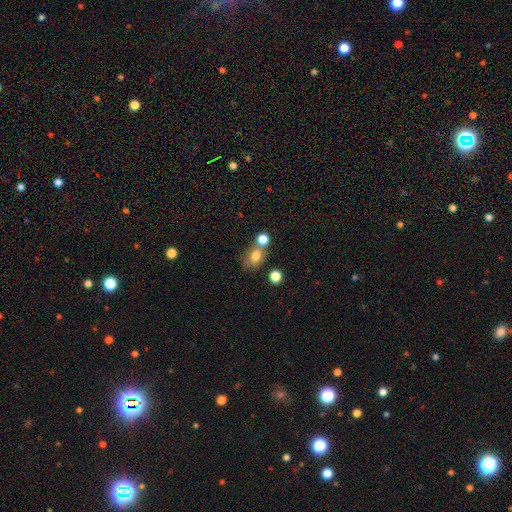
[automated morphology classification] smooth-or-featured: smooth: 73% | featured or disk: 14% | star or artifact: 13%
  how-rounded: in between: 59% | round: 39% | cigar-shaped: 2%
  merging: none: 45% | merger: 34% | minor disturbance: 14% | major disturbance: 7%